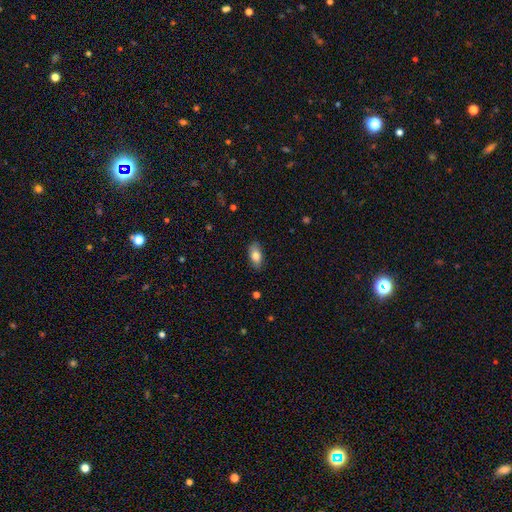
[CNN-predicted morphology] smooth_or_featured: smooth (p=0.79) [alt: featured or disk p=0.14]
how_rounded: in between (p=0.89) [alt: cigar-shaped p=0.06]
merging: none (p=0.85) [alt: minor disturbance p=0.12]